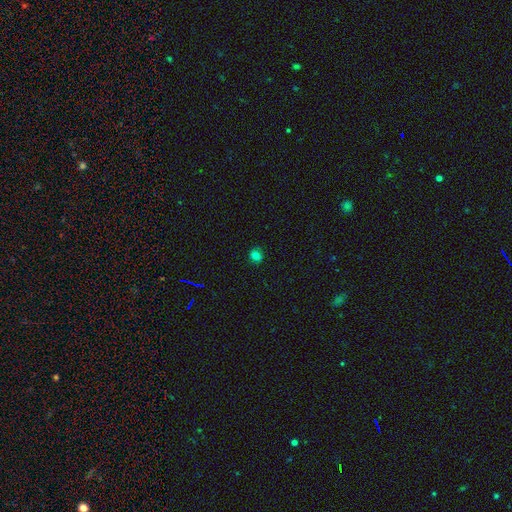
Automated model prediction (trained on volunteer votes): Morphology: type=smooth (78%); roundness=round (80%); merging=none (86%).